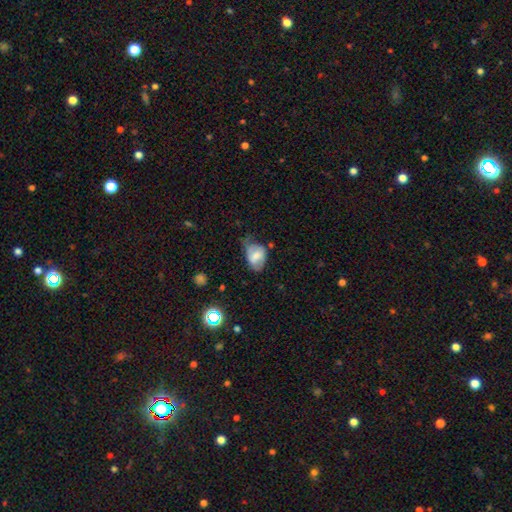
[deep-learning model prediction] Smooth or featured? smooth (60%)
How rounded? in between (80%)
Merging? minor disturbance (41%)